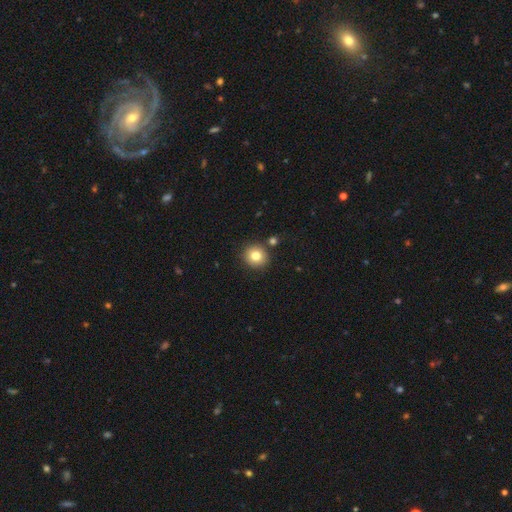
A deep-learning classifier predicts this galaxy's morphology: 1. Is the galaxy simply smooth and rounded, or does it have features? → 80% smooth, 11% star or artifact, 9% featured or disk.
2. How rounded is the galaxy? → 91% round, 8% in between, 1% cigar-shaped.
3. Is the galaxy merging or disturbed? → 84% none, 8% minor disturbance, 6% merger, 2% major disturbance.